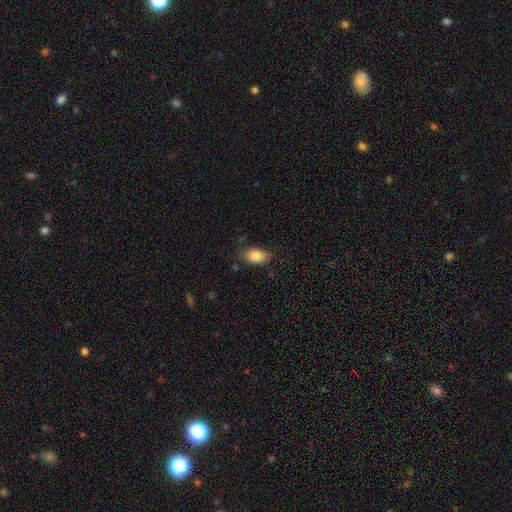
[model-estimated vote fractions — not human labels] This appears to be a smooth galaxy with no disk features (85%) that is in between round and cigar-shaped (89%). Merging: none (76%).